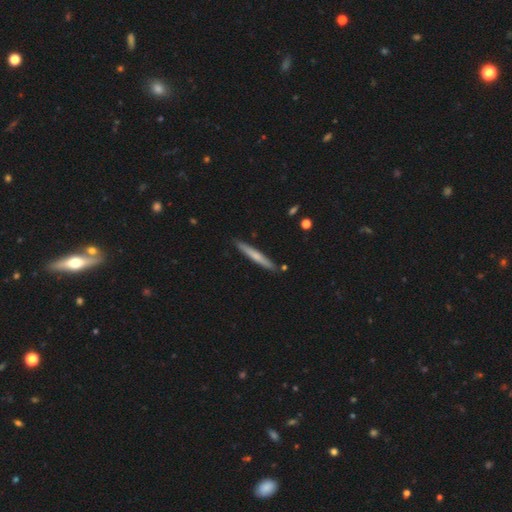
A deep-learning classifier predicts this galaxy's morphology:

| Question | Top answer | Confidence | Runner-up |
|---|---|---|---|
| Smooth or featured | smooth | 59% | featured or disk (36%) |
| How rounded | cigar-shaped | 96% | in between (3%) |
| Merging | none | 89% | minor disturbance (8%) |